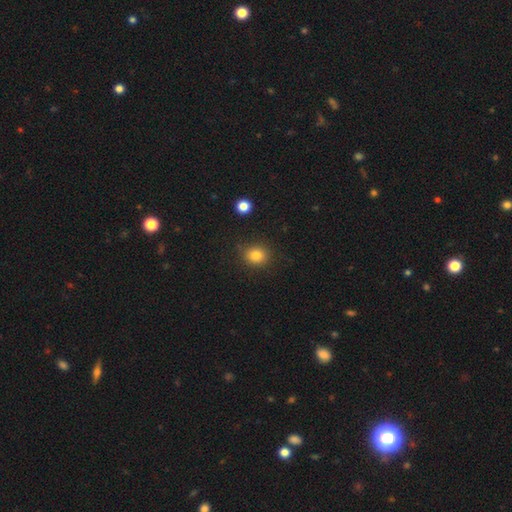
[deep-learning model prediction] smooth 83%, star or artifact 11%, featured or disk 6%. Down the decision tree: how rounded — round (72%); merging — none (85%).